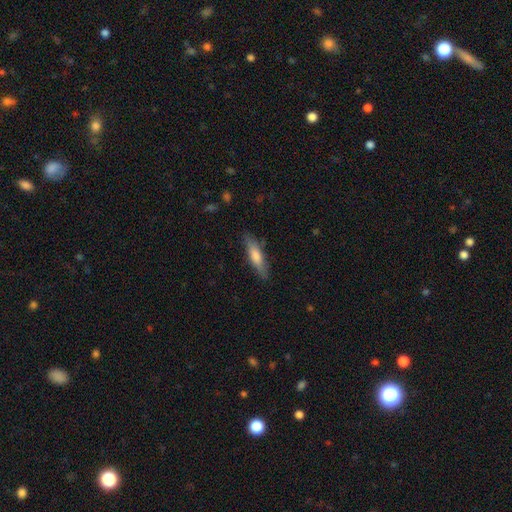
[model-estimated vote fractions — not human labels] Q: Smooth or featured?
A: smooth (66%); runner-up: featured or disk (29%)
Q: How rounded?
A: cigar-shaped (74%); runner-up: in between (24%)
Q: Merging?
A: none (83%); runner-up: minor disturbance (13%)